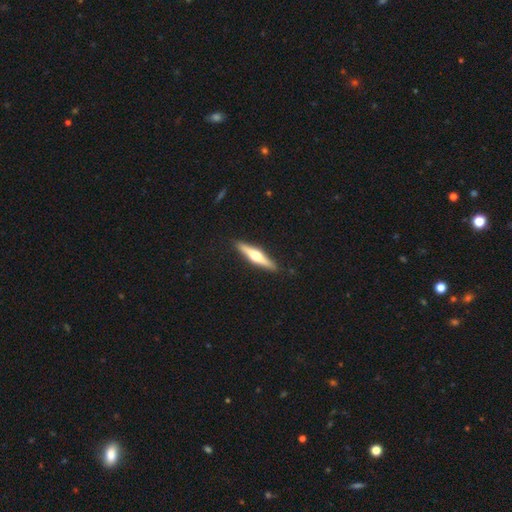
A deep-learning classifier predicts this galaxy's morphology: Q: Smooth or featured?
A: featured or disk (63%); runner-up: smooth (32%)
Q: Edge-on disk?
A: yes (97%); runner-up: no (3%)
Q: Edge-on bulge?
A: rounded (94%); runner-up: boxy (3%)
Q: Merging?
A: none (91%); runner-up: minor disturbance (7%)